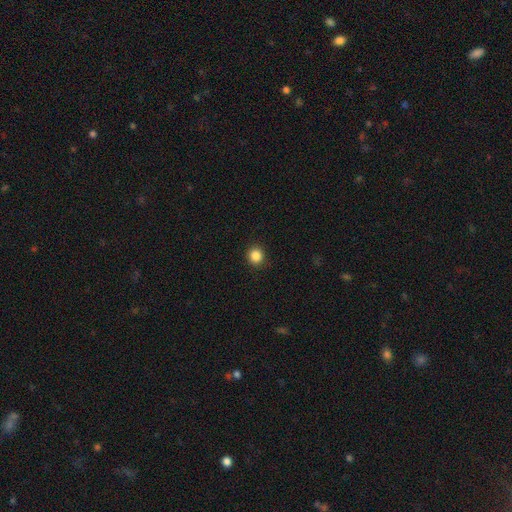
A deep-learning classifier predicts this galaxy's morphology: This is clearly a smooth galaxy (86%). How rounded: clearly round (90%). Merging: clearly none (92%).